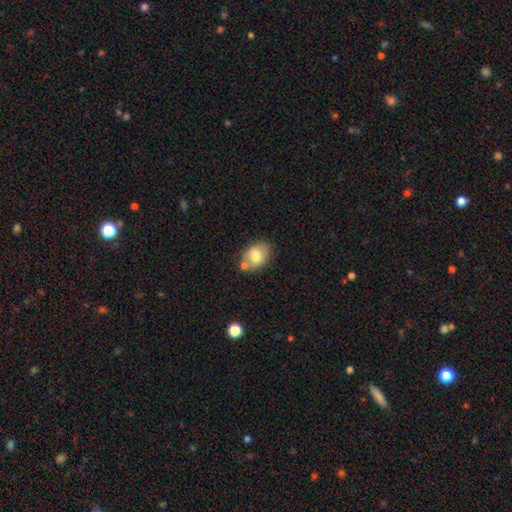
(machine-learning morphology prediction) smooth-or-featured: smooth: 74% | featured or disk: 18% | star or artifact: 8%
  how-rounded: in between: 71% | round: 28% | cigar-shaped: 1%
  merging: none: 61% | minor disturbance: 18% | merger: 17% | major disturbance: 5%